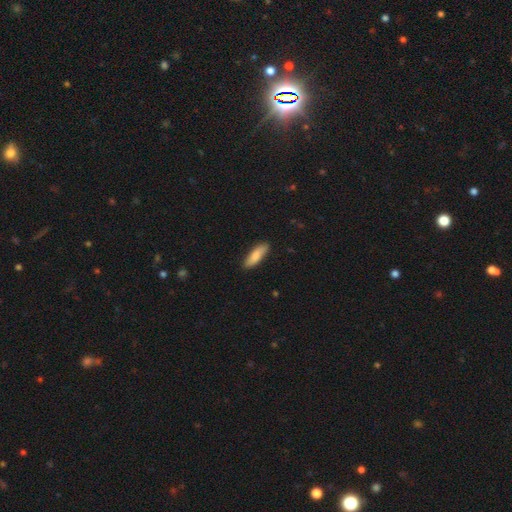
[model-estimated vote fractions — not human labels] Overall: smooth (84%). How rounded: cigar-shaped (54%; in between 44%). Merging: none (86%).